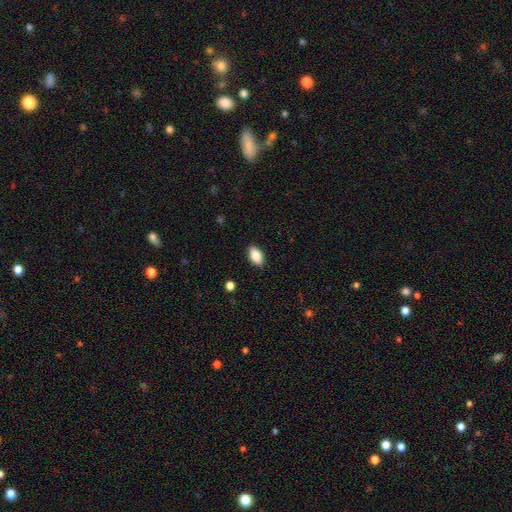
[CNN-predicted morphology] This is clearly a smooth galaxy (85%). How rounded: clearly in between (91%). Merging: clearly none (89%).